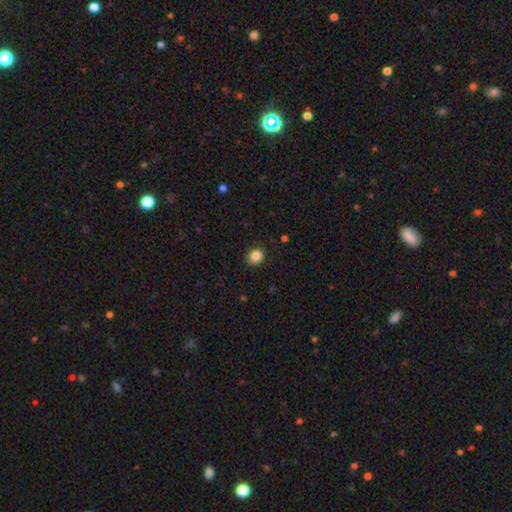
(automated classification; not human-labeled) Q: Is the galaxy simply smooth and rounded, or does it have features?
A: smooth — 87%.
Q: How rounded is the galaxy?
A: round — 74%.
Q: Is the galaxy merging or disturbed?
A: none — 87%.